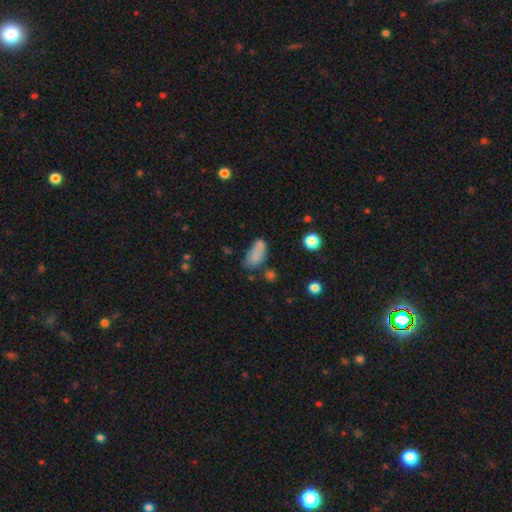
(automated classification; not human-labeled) This appears to be a smooth galaxy with no disk features (77%) that is in between round and cigar-shaped (88%). Merging: none (41%).